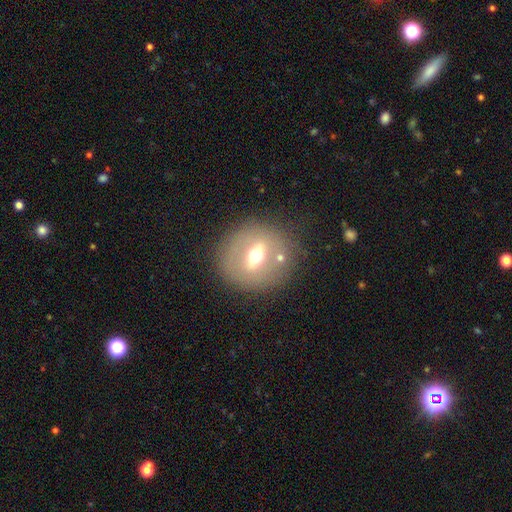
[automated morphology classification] The model was most divided on "smooth or featured": featured or disk: 55%, smooth: 35%, star or artifact: 10%. More confident: merging — none (80%); edge-on disk — no (72%).